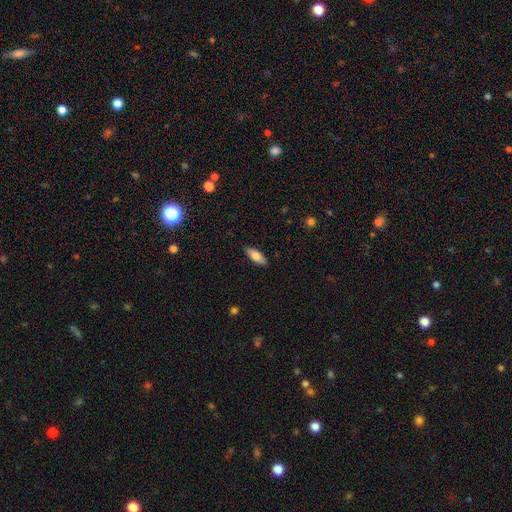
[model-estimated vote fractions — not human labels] This is likely a smooth galaxy (77%). How rounded: likely in between (73%). Merging: clearly none (88%).